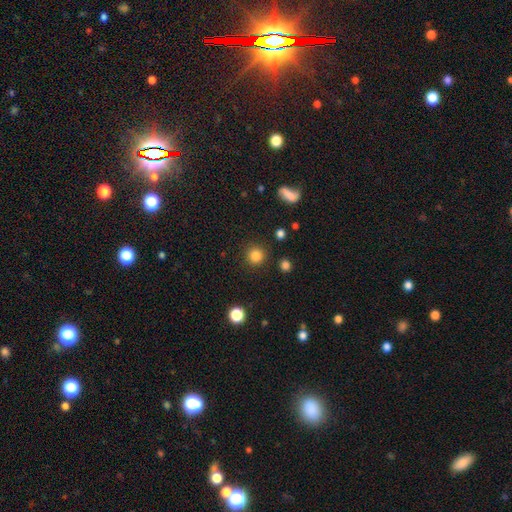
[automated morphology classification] This appears to be a smooth galaxy with no disk features (84%) that is round (93%). Merging: none (89%).